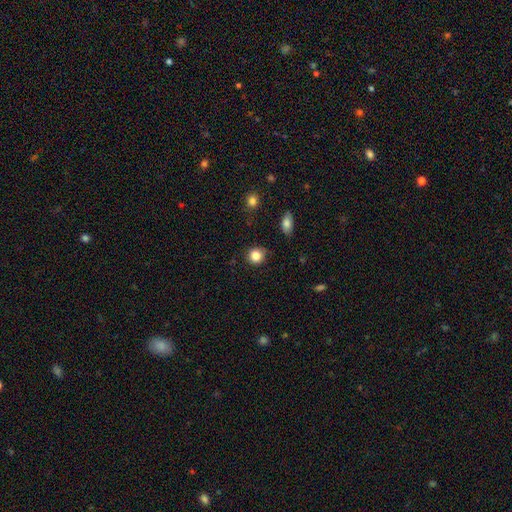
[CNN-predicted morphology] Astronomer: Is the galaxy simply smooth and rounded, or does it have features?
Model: smooth — 85%.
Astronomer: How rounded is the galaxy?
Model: round — 87%.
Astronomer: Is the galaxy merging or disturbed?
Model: none — 83%.